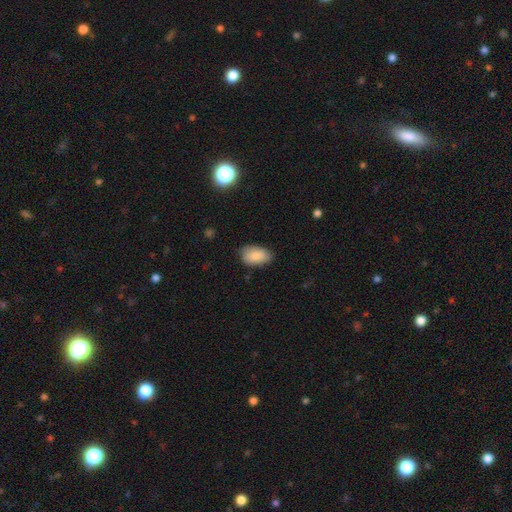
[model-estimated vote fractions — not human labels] This is clearly a smooth galaxy (84%). How rounded: clearly in between (93%). Merging: likely none (73%).